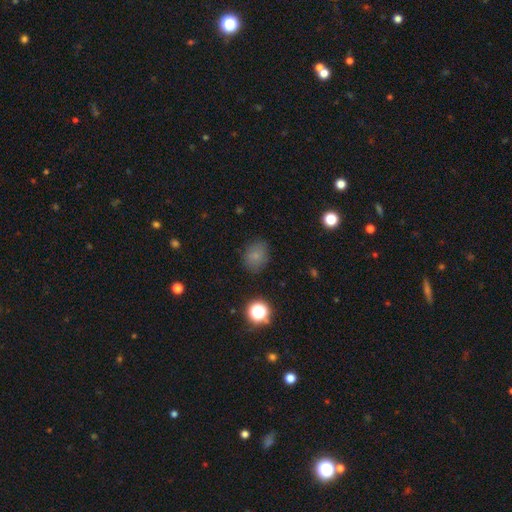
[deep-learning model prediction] Smooth or featured? Predicted: smooth (p=0.77). How rounded? Predicted: in between (p=0.52). Merging? Predicted: none (p=0.81).